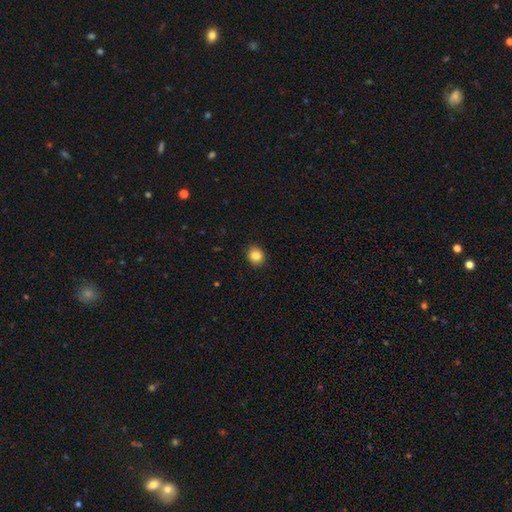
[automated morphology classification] Smooth or featured?
  - smooth: 84% *
  - star or artifact: 10%
  - featured or disk: 5%
How rounded?
  - round: 73% *
  - in between: 26%
  - cigar-shaped: 1%
Merging?
  - none: 91% *
  - minor disturbance: 7%
  - major disturbance: 2%
  - merger: 1%